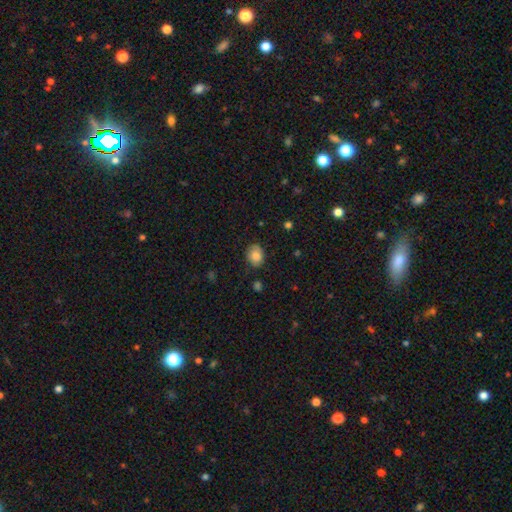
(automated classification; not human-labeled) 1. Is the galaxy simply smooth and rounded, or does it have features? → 79% smooth, 12% featured or disk, 9% star or artifact.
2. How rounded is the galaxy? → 60% in between, 39% round, 1% cigar-shaped.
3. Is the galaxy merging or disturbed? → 72% none, 21% minor disturbance, 5% major disturbance, 2% merger.